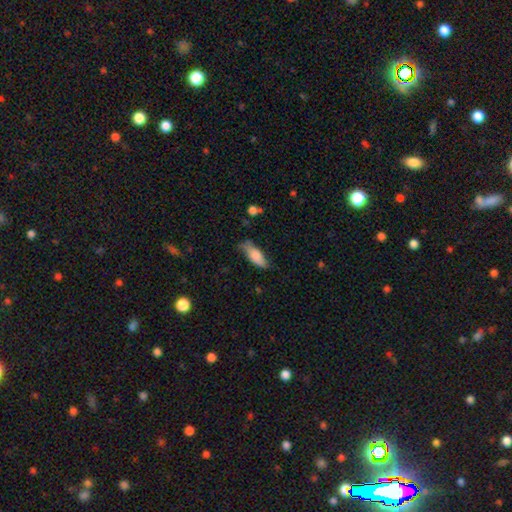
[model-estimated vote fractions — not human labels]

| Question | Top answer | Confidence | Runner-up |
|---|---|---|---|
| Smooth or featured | smooth | 79% | featured or disk (14%) |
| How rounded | in between | 74% | cigar-shaped (24%) |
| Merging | none | 53% | minor disturbance (35%) |